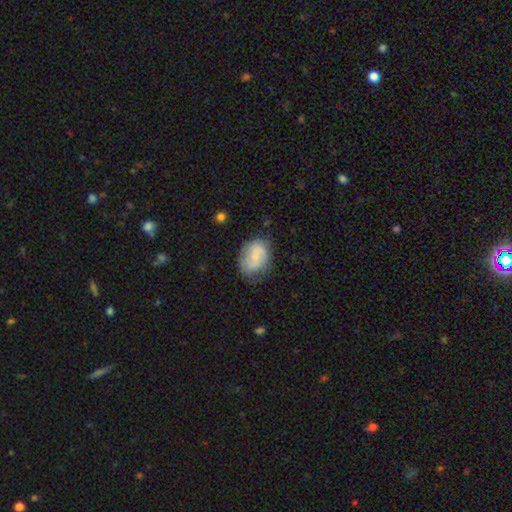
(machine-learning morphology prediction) smooth-or-featured: smooth: 59% | featured or disk: 34% | star or artifact: 8%
  how-rounded: in between: 68% | round: 31% | cigar-shaped: 1%
  merging: none: 59% | minor disturbance: 27% | major disturbance: 10% | merger: 4%